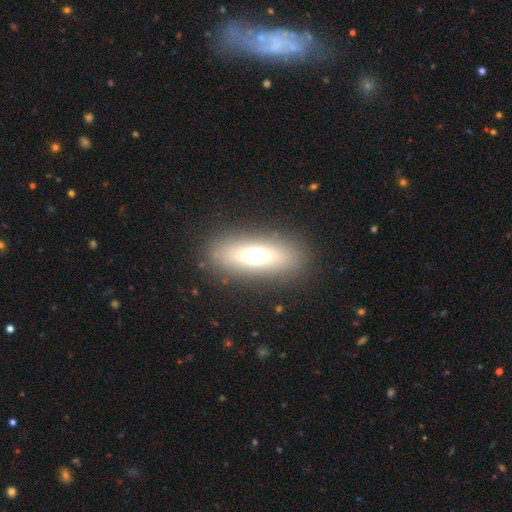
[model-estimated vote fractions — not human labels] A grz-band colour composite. It shows a smooth galaxy with no disk features (61%) that is in between round and cigar-shaped (63%). Merging: none (86%).